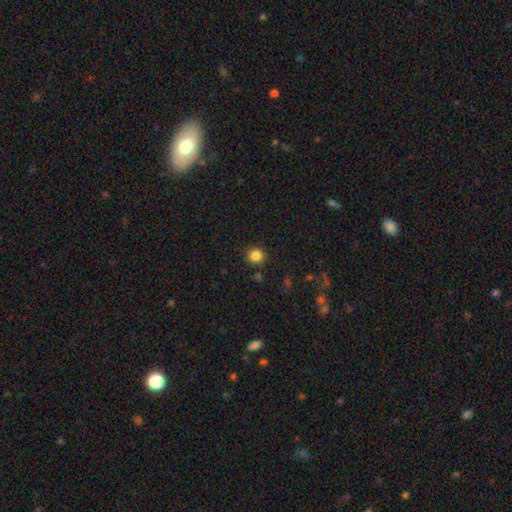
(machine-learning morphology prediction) This appears to be a smooth galaxy with no disk features (85%) that is round (91%). Merging: none (89%).